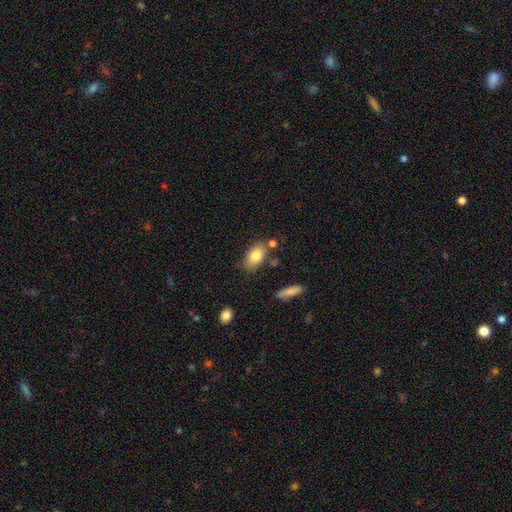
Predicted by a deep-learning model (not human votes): Overall: smooth (80%). How rounded: in between (89%). Merging: none (69%).